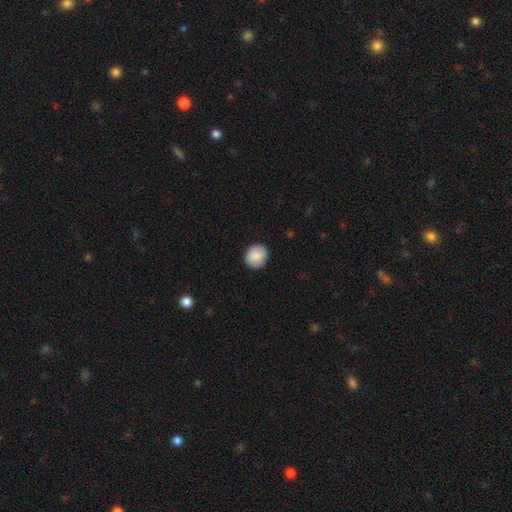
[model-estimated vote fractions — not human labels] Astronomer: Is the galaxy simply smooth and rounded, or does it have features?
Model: smooth — 88%.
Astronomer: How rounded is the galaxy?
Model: round — 84%.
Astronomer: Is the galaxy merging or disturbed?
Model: none — 90%.